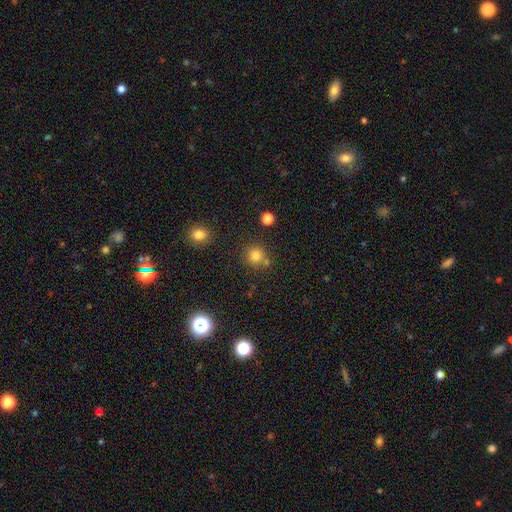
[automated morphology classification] A smooth galaxy with no disk features (79%) that is round (91%).

Vote fractions:
- Smooth or featured? smooth: 79% / star or artifact: 14% / featured or disk: 7%
- How rounded? round: 91% / in between: 8% / cigar-shaped: 1%
- Merging? none: 72% / merger: 15% / minor disturbance: 10% / major disturbance: 3%